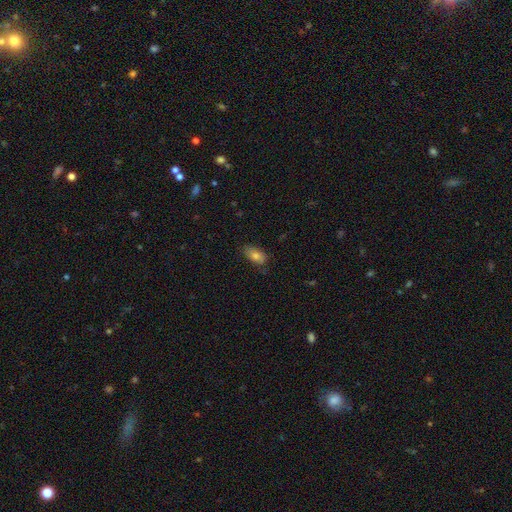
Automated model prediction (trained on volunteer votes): This appears to be a smooth galaxy with no disk features (79%) that is in between round and cigar-shaped (91%). Merging: none (76%).